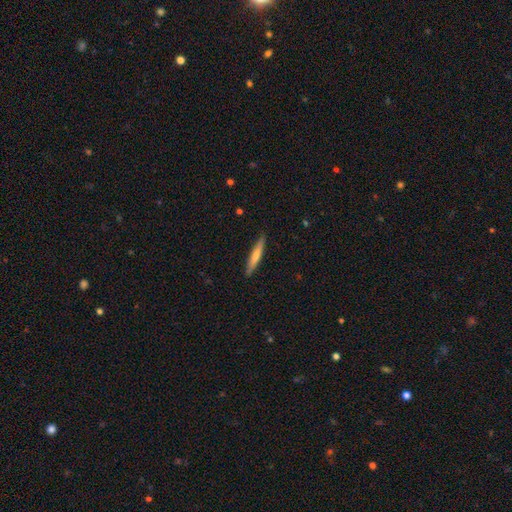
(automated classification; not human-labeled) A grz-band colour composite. It shows a smooth galaxy with no disk features (64%) that is cigar-shaped (94%). Merging: none (90%).